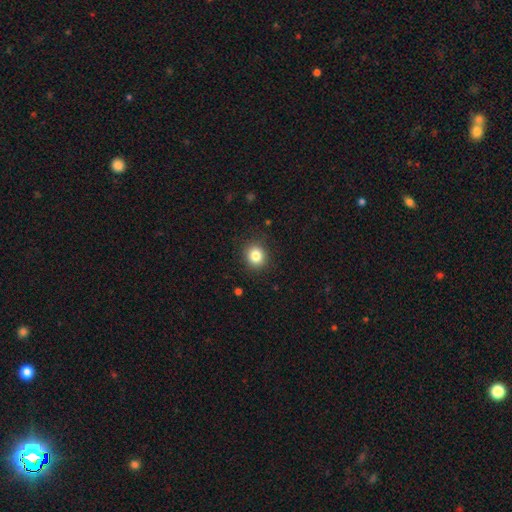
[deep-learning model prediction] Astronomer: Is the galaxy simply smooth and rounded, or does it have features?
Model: smooth — 83%.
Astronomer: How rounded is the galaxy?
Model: round — 81%.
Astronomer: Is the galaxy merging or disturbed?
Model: none — 89%.